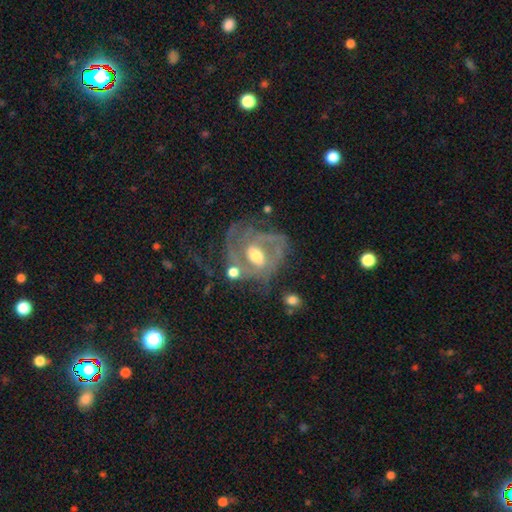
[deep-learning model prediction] The model was most divided on "spiral winding": medium: 46%, tight: 38%, loose: 17%. Remaining: edge-on disk — no (97%); spiral arms — yes (89%); smooth or featured — featured or disk (85%); bulge size — moderate (69%); bar — weak (46%); merging — none (46%); spiral arm count — 2 (44%).